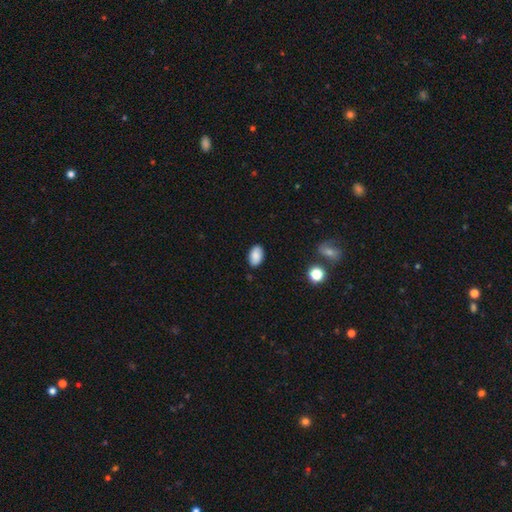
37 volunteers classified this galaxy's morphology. Smooth or featured? 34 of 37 (92%) said smooth. How rounded? 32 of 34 (94%) said in between. Merging? 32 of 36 (89%) said none.